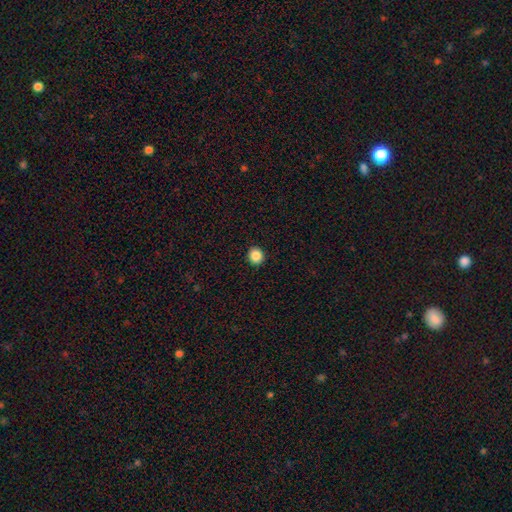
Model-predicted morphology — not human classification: Smooth or featured? Predicted: smooth (p=0.87). How rounded? Predicted: round (p=0.87). Merging? Predicted: none (p=0.93).